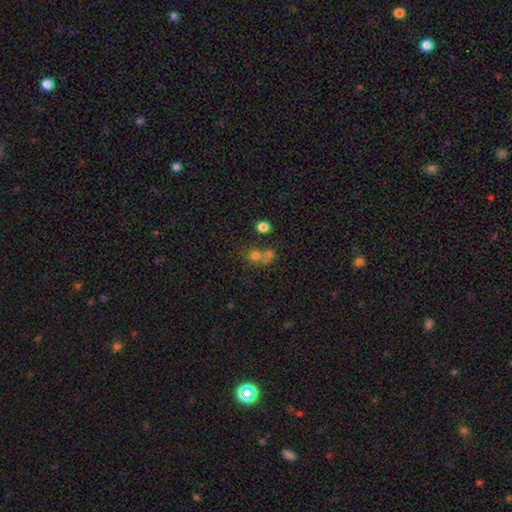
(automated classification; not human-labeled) A smooth galaxy with no disk features (68%) that is round (83%).

Vote fractions:
- Smooth or featured? smooth: 68% / star or artifact: 18% / featured or disk: 14%
- How rounded? round: 83% / in between: 16% / cigar-shaped: 1%
- Merging? none: 45% / merger: 44% / minor disturbance: 7% / major disturbance: 4%